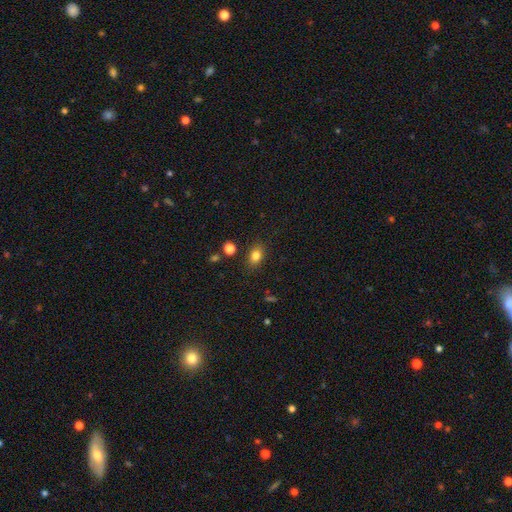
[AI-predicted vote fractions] Overall: smooth (82%). How rounded: in between (70%). Merging: none (84%).